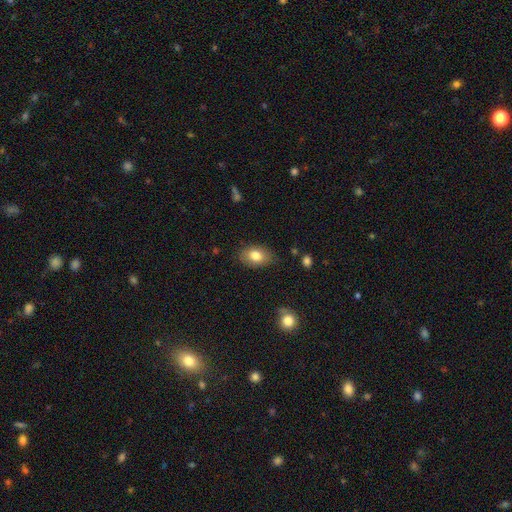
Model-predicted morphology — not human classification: Smooth or featured?
  - smooth: 79% *
  - featured or disk: 13%
  - star or artifact: 8%
How rounded?
  - in between: 87% *
  - round: 12%
  - cigar-shaped: 1%
Merging?
  - none: 79% *
  - minor disturbance: 16%
  - major disturbance: 3%
  - merger: 1%